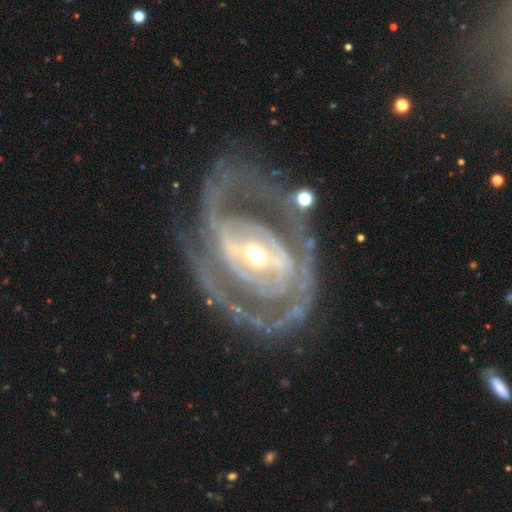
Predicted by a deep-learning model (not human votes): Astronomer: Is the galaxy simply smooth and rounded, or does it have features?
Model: featured or disk — 88%.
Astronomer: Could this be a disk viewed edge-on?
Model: no — 95%.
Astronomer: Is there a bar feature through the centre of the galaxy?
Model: strong — 47% (runner-up: weak, 33%).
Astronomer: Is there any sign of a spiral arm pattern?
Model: yes — 84%.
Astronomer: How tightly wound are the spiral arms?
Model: tight — 51% (runner-up: medium, 35%).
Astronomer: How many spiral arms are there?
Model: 2 — 53%.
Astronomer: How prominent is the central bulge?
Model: moderate — 58%.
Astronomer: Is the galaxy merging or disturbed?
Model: none — 61%.